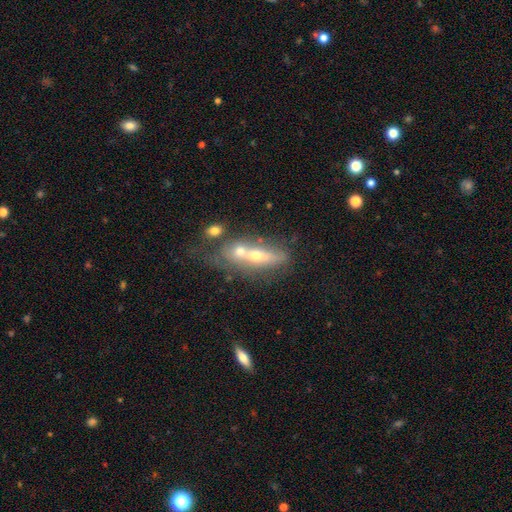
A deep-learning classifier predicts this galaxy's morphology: smooth_or_featured: featured or disk (p=0.53) [alt: smooth p=0.37]
disk_edge_on: no (p=0.50) [tied with: yes p=0.50]
merging: merger (p=0.49) [alt: none p=0.28]